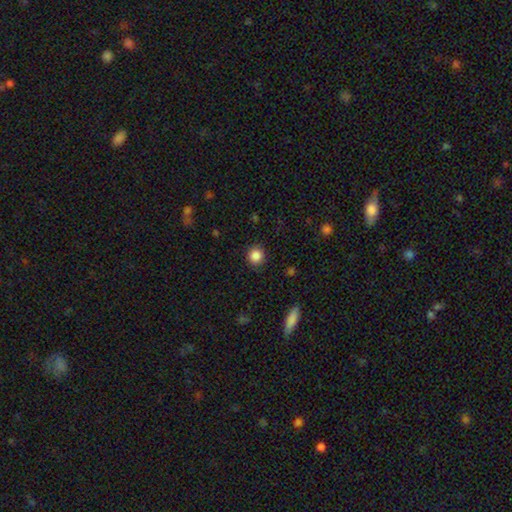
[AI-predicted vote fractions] Q: Smooth or featured?
A: smooth (86%); runner-up: star or artifact (10%)
Q: How rounded?
A: round (92%); runner-up: in between (7%)
Q: Merging?
A: none (89%); runner-up: minor disturbance (7%)